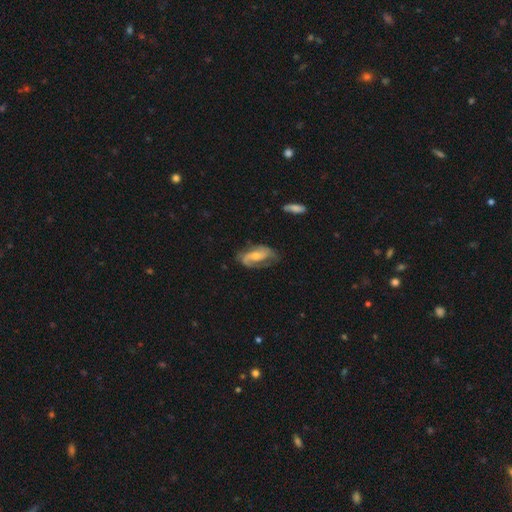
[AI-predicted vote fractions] Morphology: type=featured or disk (75%); edge-on=no (95%); bar=no (47%); spiral arms=yes (92%); winding=medium (42%); arm count=2 (77%); bulge=moderate (46%); merging=none (57%).